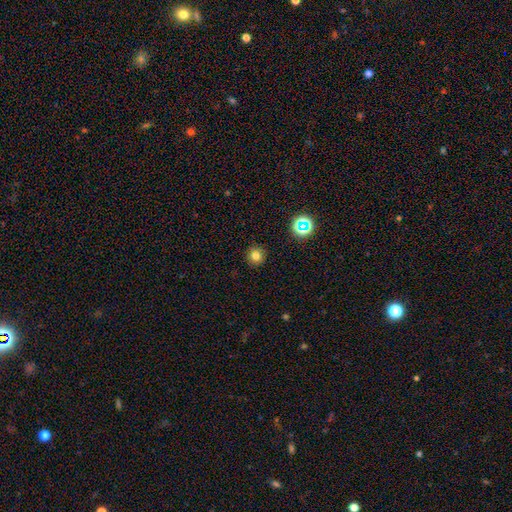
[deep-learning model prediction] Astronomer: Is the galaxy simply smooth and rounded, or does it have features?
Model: smooth — 77%.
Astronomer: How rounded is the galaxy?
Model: round — 94%.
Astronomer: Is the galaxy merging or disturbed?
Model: none — 92%.